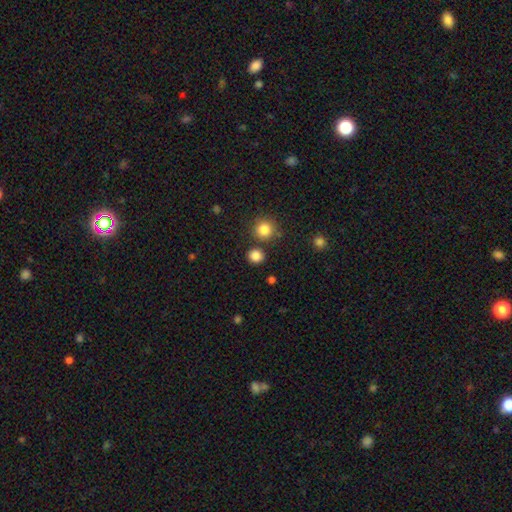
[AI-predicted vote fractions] Smooth or featured: smooth — 84% (star or artifact — 12%)
How rounded: round — 85% (in between — 14%)
Merging: none — 82% (merger — 8%)